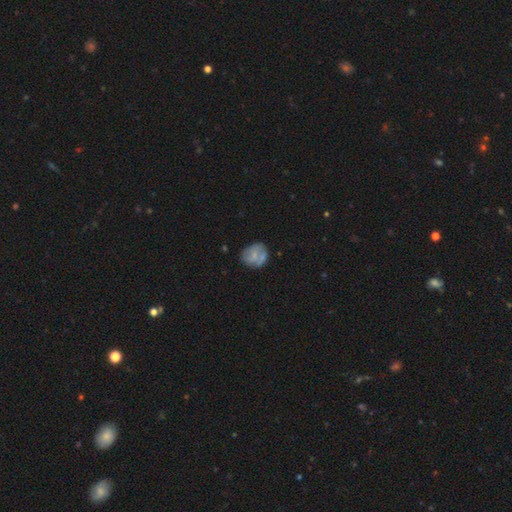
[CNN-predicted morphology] smooth 55%, featured or disk 37%, star or artifact 8%. Down the decision tree: how rounded — round (72%); merging — none (62%).